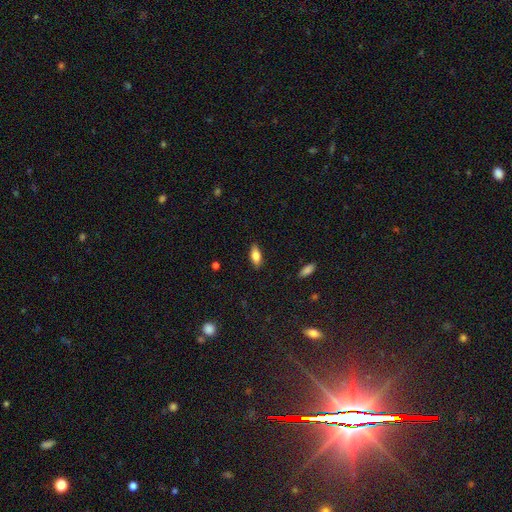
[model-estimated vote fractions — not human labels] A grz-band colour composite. It shows a smooth galaxy with no disk features (77%) that is in between round and cigar-shaped (81%). Merging: none (87%).